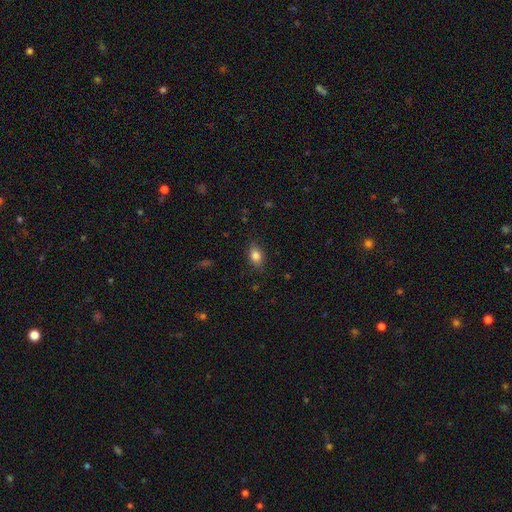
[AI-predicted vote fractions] smooth-or-featured: smooth: 83% | star or artifact: 9% | featured or disk: 7%
  how-rounded: in between: 81% | round: 17% | cigar-shaped: 2%
  merging: none: 85% | minor disturbance: 12% | major disturbance: 3% | merger: 1%